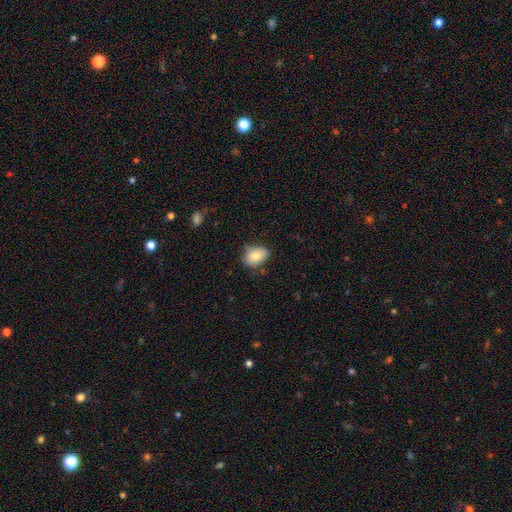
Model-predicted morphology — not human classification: This appears to be a smooth galaxy with no disk features (83%) that is in between round and cigar-shaped (79%). Merging: none (70%).